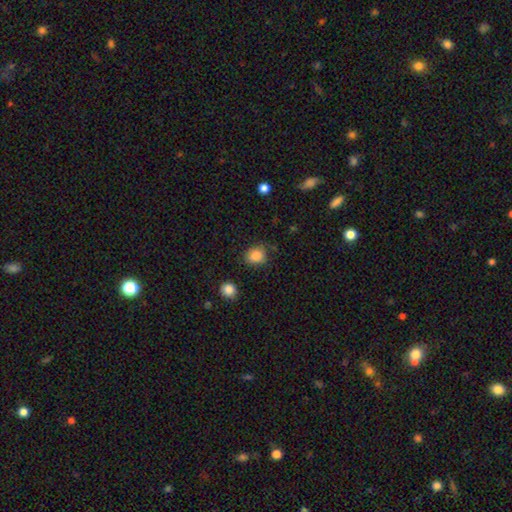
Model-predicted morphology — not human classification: smooth-or-featured: smooth: 85% | star or artifact: 10% | featured or disk: 5%
  how-rounded: round: 67% | in between: 32% | cigar-shaped: 1%
  merging: none: 73% | minor disturbance: 19% | major disturbance: 5% | merger: 2%